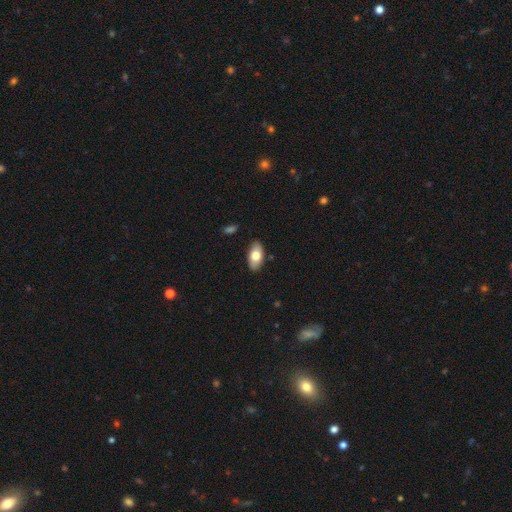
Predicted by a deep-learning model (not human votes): smooth-or-featured: smooth: 74% | featured or disk: 20% | star or artifact: 6%
  how-rounded: in between: 93% | cigar-shaped: 3% | round: 3%
  merging: none: 87% | minor disturbance: 10% | major disturbance: 2% | merger: 1%